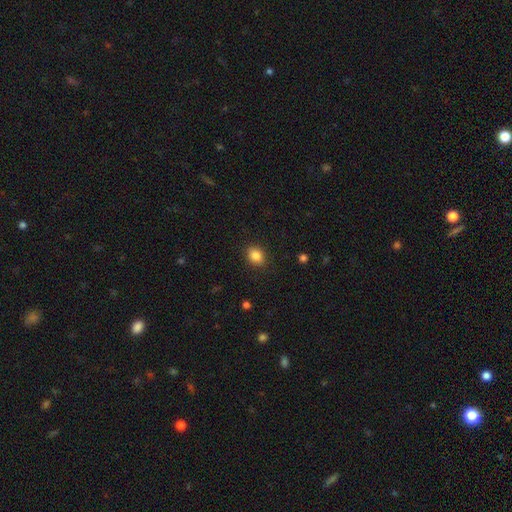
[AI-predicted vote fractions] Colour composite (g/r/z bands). It shows a smooth galaxy with no disk features (85%) that is in between round and cigar-shaped (51%). Merging: none (88%).